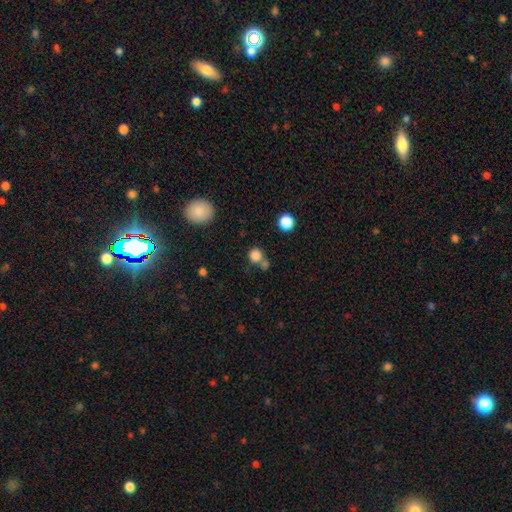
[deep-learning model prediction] smooth 82%, star or artifact 12%, featured or disk 6%. Down the decision tree: how rounded — round (85%); merging — none (52%).